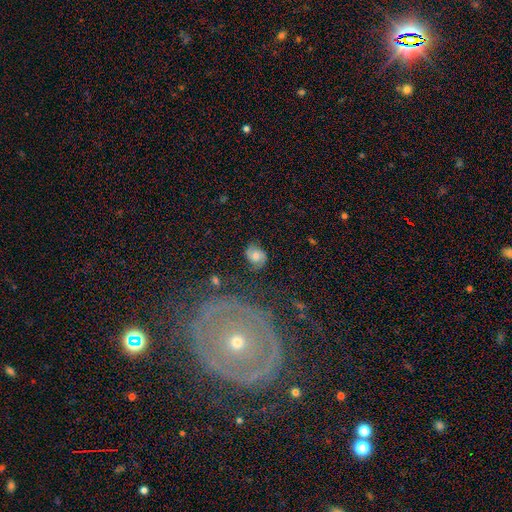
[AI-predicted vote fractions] Smooth or featured? Predicted: featured or disk (p=0.50). Merging? Predicted: none (p=0.68).